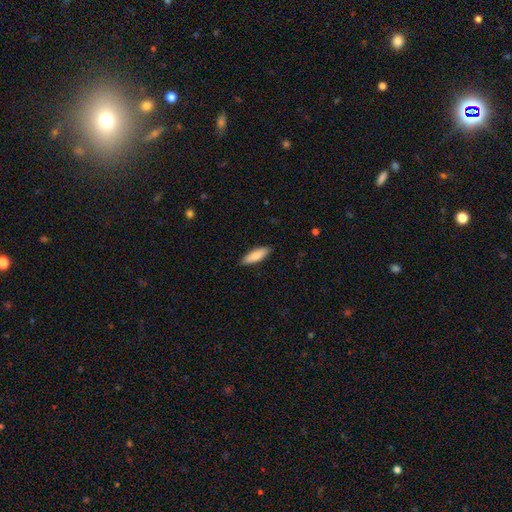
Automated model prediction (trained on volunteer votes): This appears to be a smooth galaxy with no disk features (86%) that is in between round and cigar-shaped (51%). Merging: none (88%).